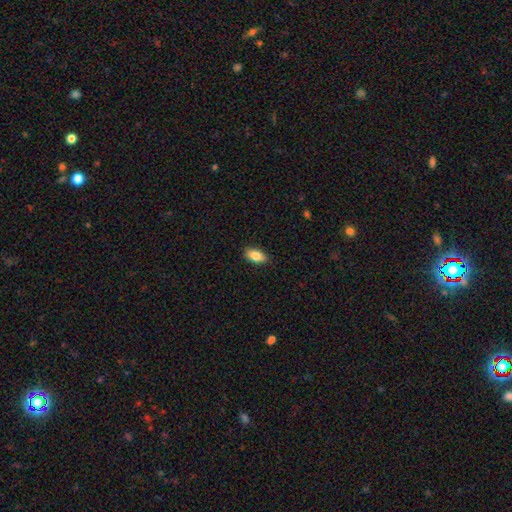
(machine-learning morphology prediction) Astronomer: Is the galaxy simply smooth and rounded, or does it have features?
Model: smooth — 84%.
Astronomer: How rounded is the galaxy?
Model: in between — 91%.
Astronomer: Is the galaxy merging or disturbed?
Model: none — 89%.